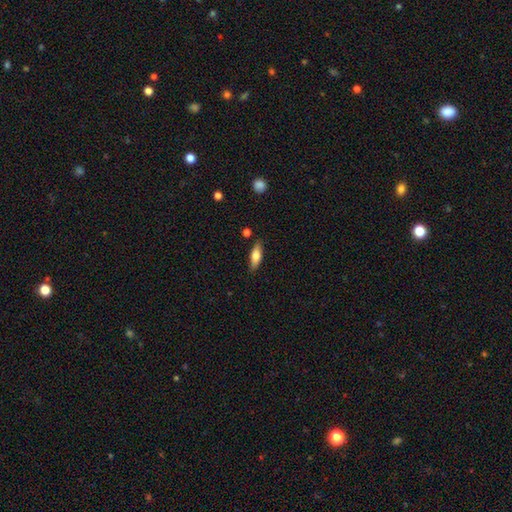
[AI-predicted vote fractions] Q: Smooth or featured?
A: smooth (70%); runner-up: featured or disk (24%)
Q: How rounded?
A: in between (56%); runner-up: cigar-shaped (42%)
Q: Merging?
A: none (83%); runner-up: minor disturbance (12%)